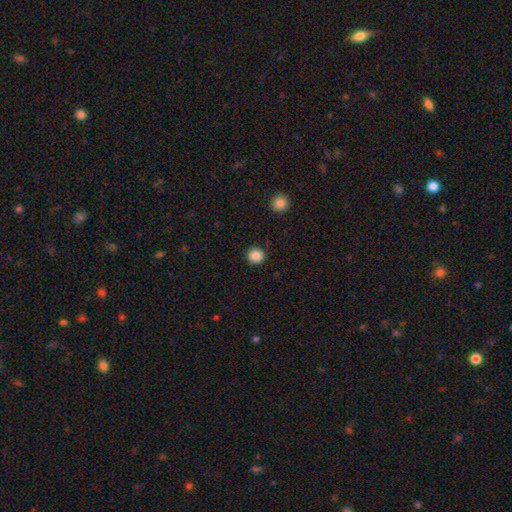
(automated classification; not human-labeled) smooth_or_featured: smooth (p=0.87) [alt: star or artifact p=0.10]
how_rounded: round (p=0.93) [alt: in between p=0.06]
merging: none (p=0.91) [alt: minor disturbance p=0.06]